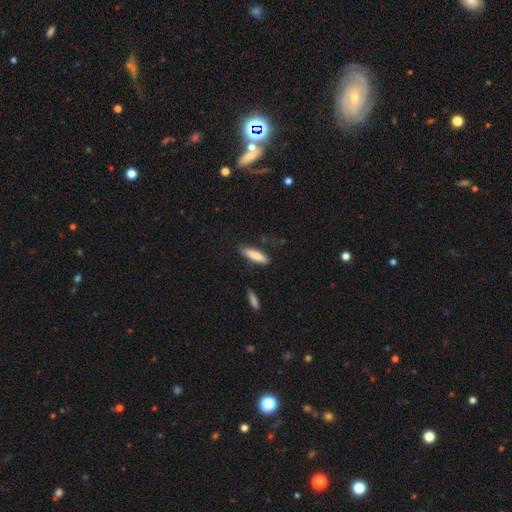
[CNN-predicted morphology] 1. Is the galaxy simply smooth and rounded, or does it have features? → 83% smooth, 11% featured or disk, 6% star or artifact.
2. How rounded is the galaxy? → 66% cigar-shaped, 33% in between, 1% round.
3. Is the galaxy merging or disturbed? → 80% none, 15% minor disturbance, 3% major disturbance, 2% merger.